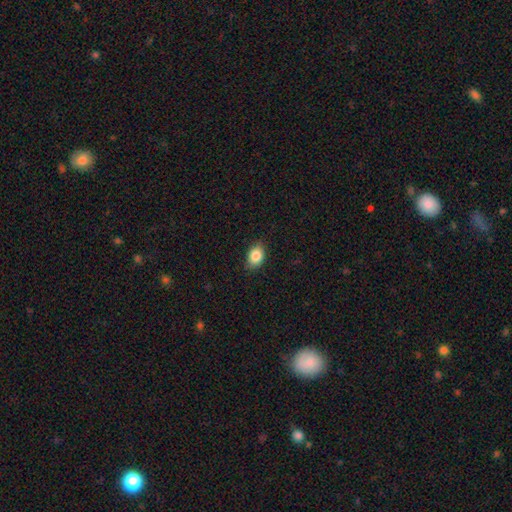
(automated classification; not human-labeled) A smooth galaxy with no disk features (86%) that is in between round and cigar-shaped (78%). Merging: none (85%).